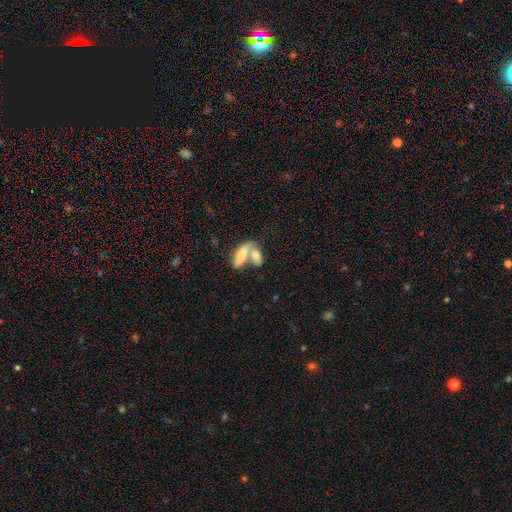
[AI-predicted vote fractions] Smooth or featured: smooth — 73% (featured or disk — 20%)
How rounded: in between — 72% (cigar-shaped — 23%)
Merging: merger — 65% (none — 24%)